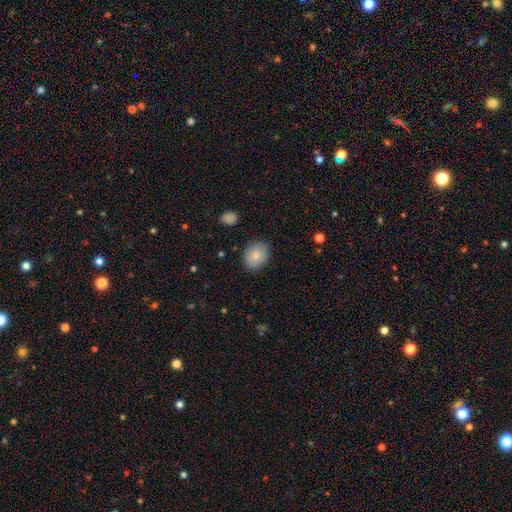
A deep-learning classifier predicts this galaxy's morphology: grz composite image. It shows a smooth galaxy with no disk features (80%) that is round (51%). Merging: none (83%).